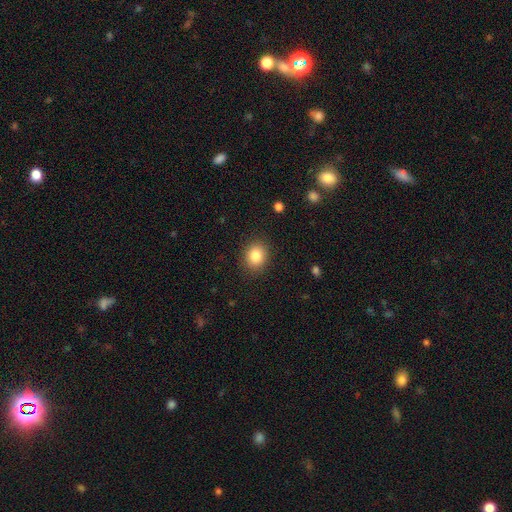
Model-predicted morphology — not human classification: This is clearly a smooth galaxy (84%). How rounded: possibly round (59%). Merging: clearly none (89%).